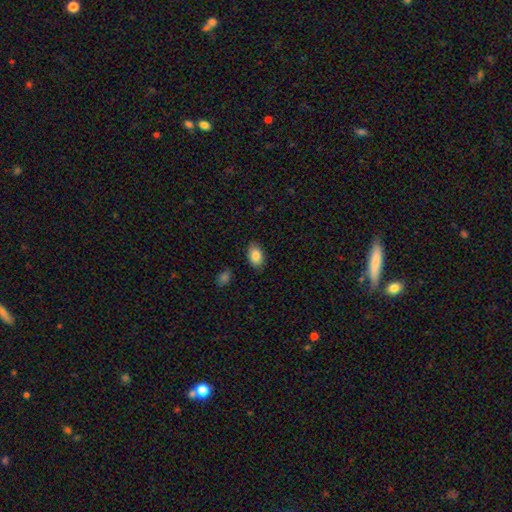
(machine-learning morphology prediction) Smooth or featured: smooth — 85% (featured or disk — 8%)
How rounded: in between — 87% (round — 12%)
Merging: none — 85% (minor disturbance — 11%)